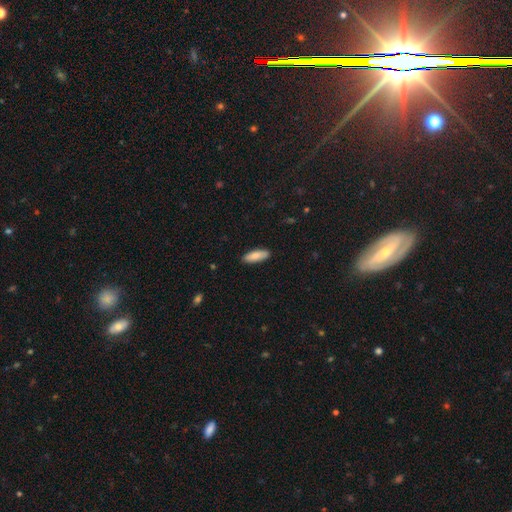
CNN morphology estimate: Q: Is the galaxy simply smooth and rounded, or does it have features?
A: smooth — 86%.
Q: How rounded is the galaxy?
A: in between — 56%.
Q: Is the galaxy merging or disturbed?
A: none — 88%.